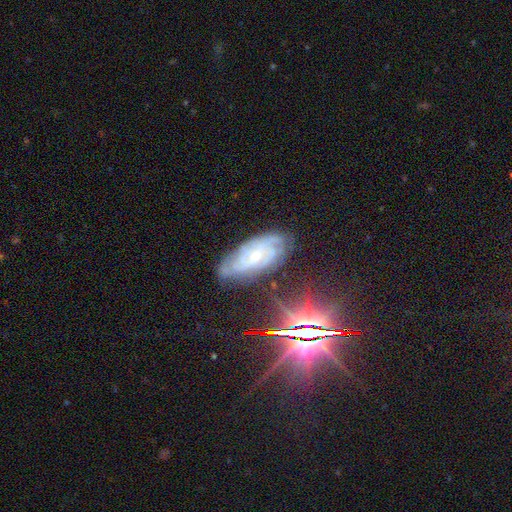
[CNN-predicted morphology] Q: Smooth or featured?
A: featured or disk (74%); runner-up: smooth (13%)
Q: Edge-on disk?
A: no (91%); runner-up: yes (9%)
Q: Bar?
A: no (57%); runner-up: weak (34%)
Q: Spiral arms?
A: yes (94%); runner-up: no (6%)
Q: Spiral winding?
A: tight (63%); runner-up: medium (30%)
Q: Spiral arm count?
A: can't tell (39%); runner-up: 3 (20%)
Q: Bulge size?
A: small (66%); runner-up: moderate (27%)
Q: Merging?
A: none (73%); runner-up: minor disturbance (20%)